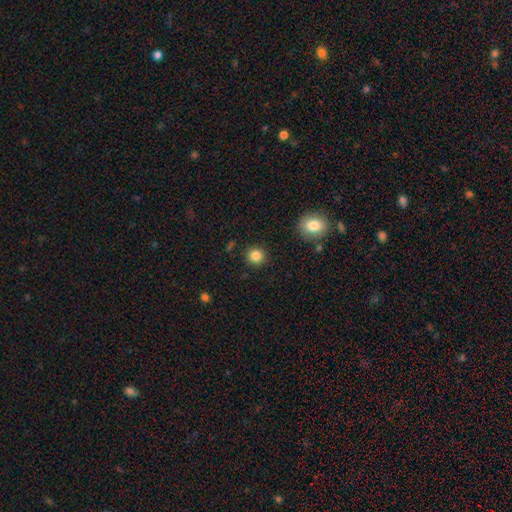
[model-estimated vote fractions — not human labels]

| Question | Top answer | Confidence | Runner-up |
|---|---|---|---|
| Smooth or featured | smooth | 84% | star or artifact (11%) |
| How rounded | round | 92% | in between (7%) |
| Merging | none | 90% | minor disturbance (6%) |